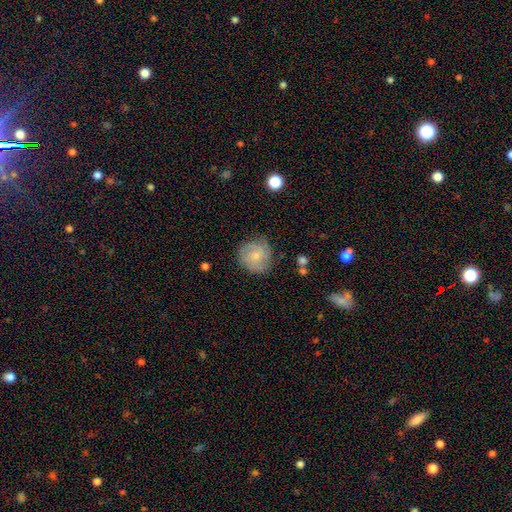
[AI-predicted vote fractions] The model was most divided on "smooth or featured": featured or disk: 52%, smooth: 40%, star or artifact: 8%. More confident: edge-on disk — no (98%); spiral arms — yes (86%); merging — none (75%); bar — no (70%); bulge size — small (57%).